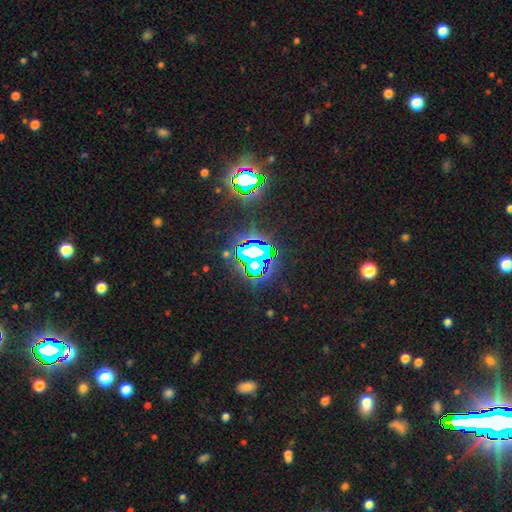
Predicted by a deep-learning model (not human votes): smooth_or_featured: star or artifact (p=0.80) [alt: smooth p=0.11]